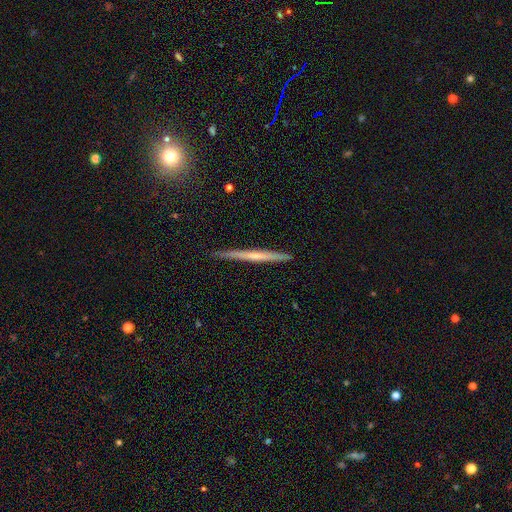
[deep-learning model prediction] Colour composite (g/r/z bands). It shows a featured or disk galaxy (54%) viewed edge-on (97%) with no central bulge (74%). Merging: none (89%).